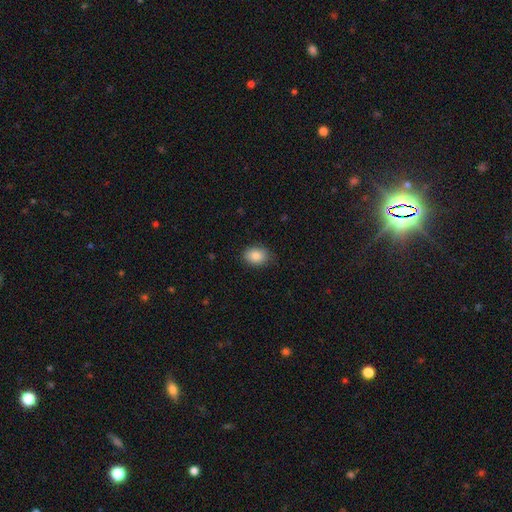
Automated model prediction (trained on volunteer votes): Overall: smooth (86%). How rounded: in between (64%; round 35%). Merging: none (81%).